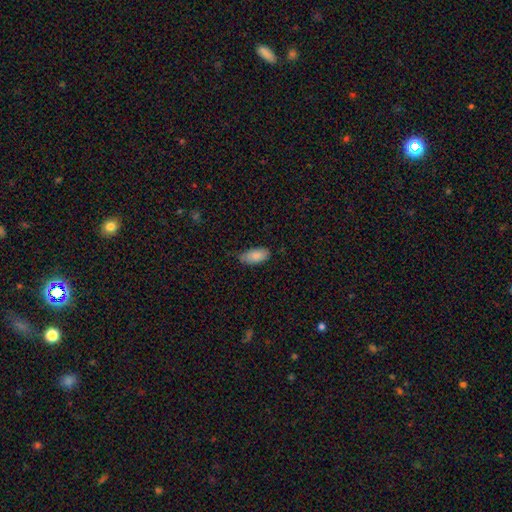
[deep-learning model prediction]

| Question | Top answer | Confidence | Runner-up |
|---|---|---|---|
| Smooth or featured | smooth | 86% | featured or disk (8%) |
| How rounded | in between | 92% | cigar-shaped (6%) |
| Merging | none | 67% | minor disturbance (28%) |